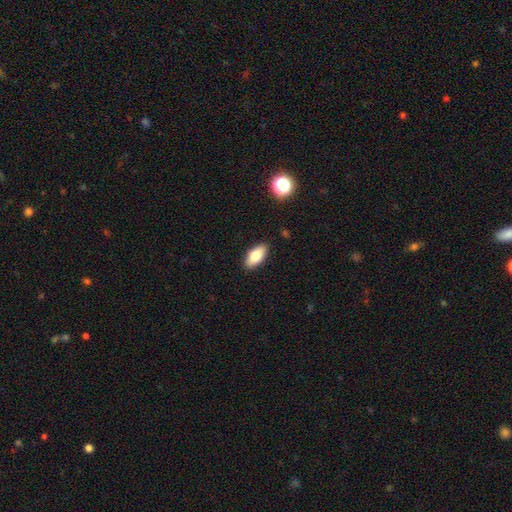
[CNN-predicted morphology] A smooth galaxy with no disk features (79%) that is in between round and cigar-shaped (88%). Merging: none (89%).